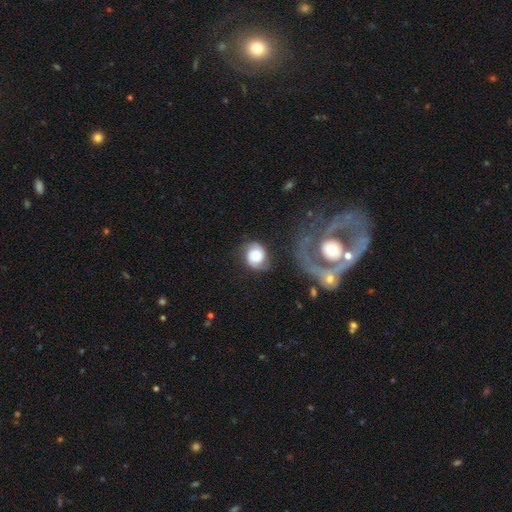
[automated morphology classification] A featured or disk galaxy (58%) with no bar (70%), 2 (86%) medium (41%) spiral arms (92%) and a large central bulge (43%).

Vote fractions:
- Smooth or featured? featured or disk: 58% / smooth: 34% / star or artifact: 8%
- Edge-on disk? no: 97% / yes: 3%
- Bar? no: 70% / weak: 24% / strong: 6%
- Spiral arms? yes: 92% / no: 8%
- Spiral winding? medium: 41% / tight: 36% / loose: 23%
- Spiral arm count? 2: 86% / 1: 5% / can't tell: 5% / 3: 2% / 4: 1% / more than 4: 1%
- Bulge size? large: 43% / moderate: 21% / dominant: 17% / small: 10% / none: 9%
- Merging? none: 61% / minor disturbance: 22% / major disturbance: 12% / merger: 5%